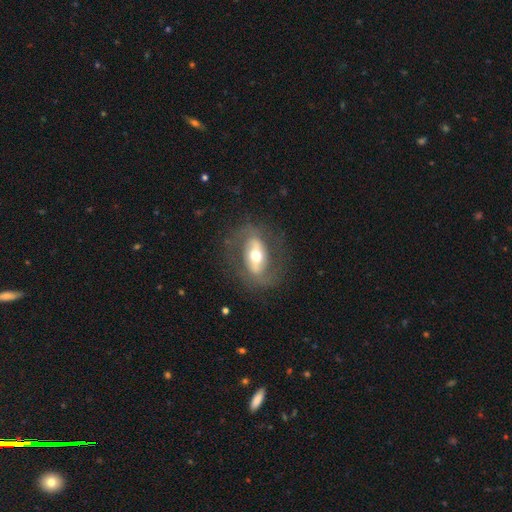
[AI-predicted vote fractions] This is likely a featured or disk galaxy (66%). It is clearly not viewed edge-on (87%). Bar: marginally strong (45%). Spiral arm pattern: possibly yes (56%). Central bulge: likely moderate (69%). Merging: likely none (74%).